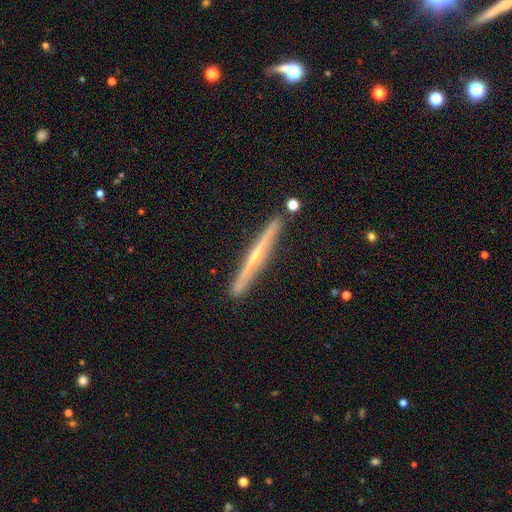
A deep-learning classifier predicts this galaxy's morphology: type=featured or disk (77%); edge-on=yes (97%); edge-on bulge=rounded (72%); merging=none (88%).